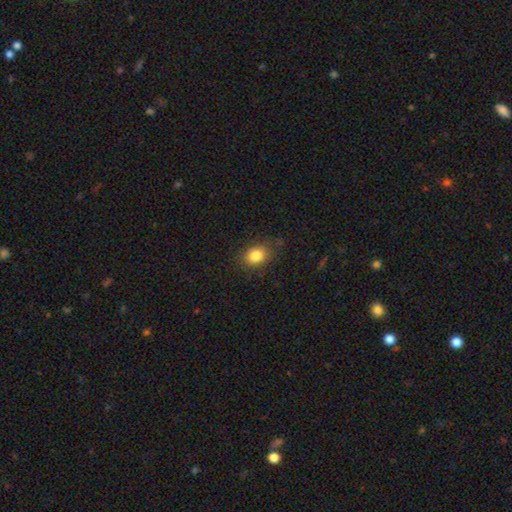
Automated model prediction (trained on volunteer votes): smooth_or_featured: smooth (p=0.84) [alt: star or artifact p=0.09]
how_rounded: in between (p=0.64) [alt: round p=0.35]
merging: none (p=0.78) [alt: minor disturbance p=0.16]